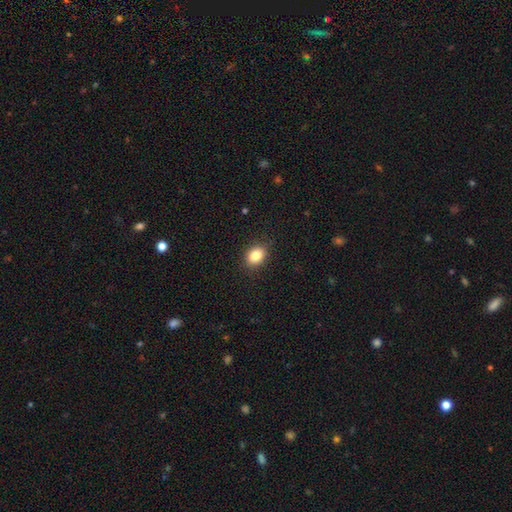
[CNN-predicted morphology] smooth 85%, star or artifact 9%, featured or disk 6%. Down the decision tree: how rounded — in between (68%); merging — none (88%).